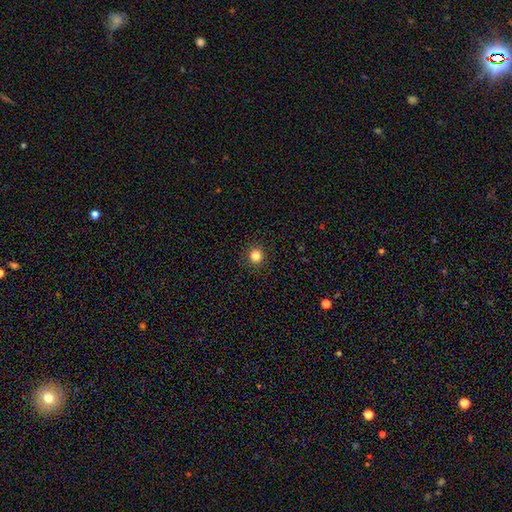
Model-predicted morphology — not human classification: smooth-or-featured: smooth: 83% | star or artifact: 13% | featured or disk: 5%
  how-rounded: round: 93% | in between: 6% | cigar-shaped: 1%
  merging: none: 92% | minor disturbance: 5% | major disturbance: 2% | merger: 1%